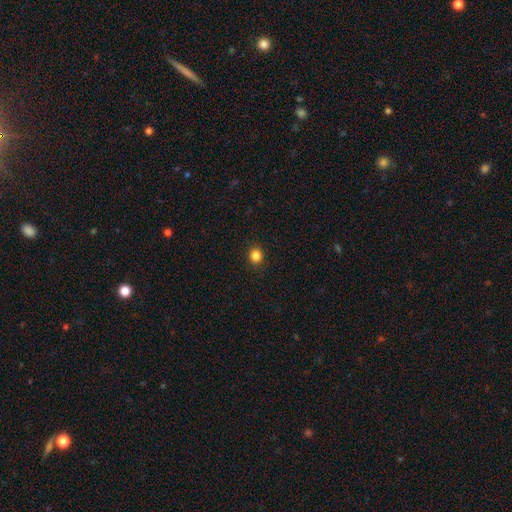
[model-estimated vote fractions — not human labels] Morphology: type=smooth (85%); roundness=round (83%); merging=none (92%).